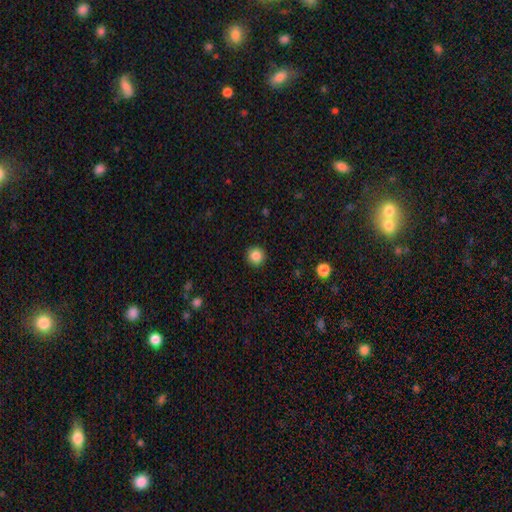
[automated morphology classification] Q: Smooth or featured?
A: smooth (86%); runner-up: star or artifact (10%)
Q: How rounded?
A: round (94%); runner-up: in between (5%)
Q: Merging?
A: none (92%); runner-up: minor disturbance (5%)